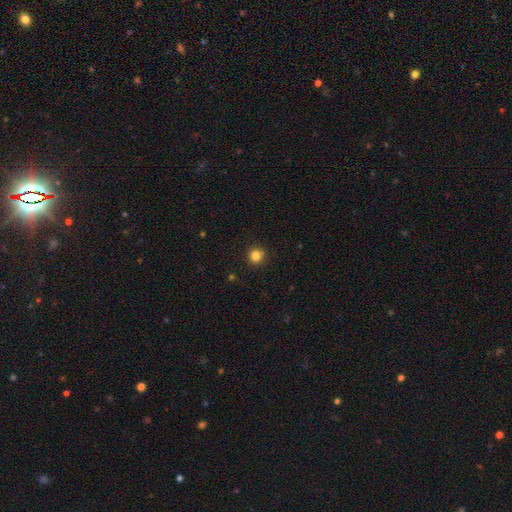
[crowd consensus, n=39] A smooth galaxy with no disk features (85%) that is round (82%). Merging: none (86%).